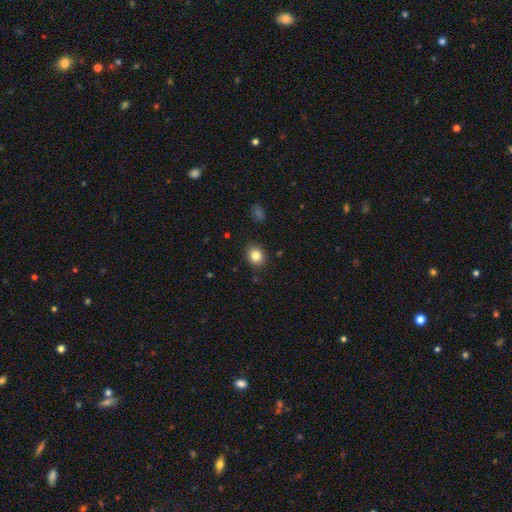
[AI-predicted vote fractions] smooth 83%, star or artifact 10%, featured or disk 7%. Down the decision tree: how rounded — round (60%); merging — none (88%).